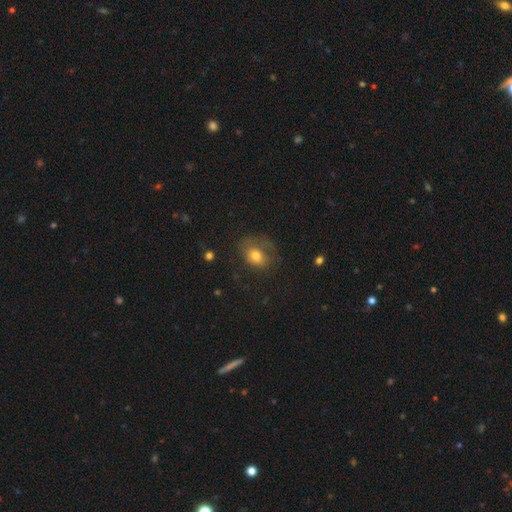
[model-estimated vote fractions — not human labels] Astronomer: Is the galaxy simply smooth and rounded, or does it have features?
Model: smooth — 68%.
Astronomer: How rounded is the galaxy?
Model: in between — 65%.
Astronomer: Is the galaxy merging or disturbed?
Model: none — 48% (runner-up: major disturbance, 25%).